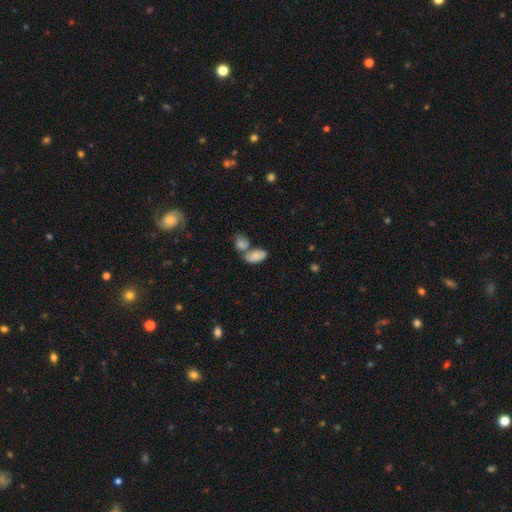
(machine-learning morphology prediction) type=smooth (77%); roundness=in between (92%); merging=merger (50%).